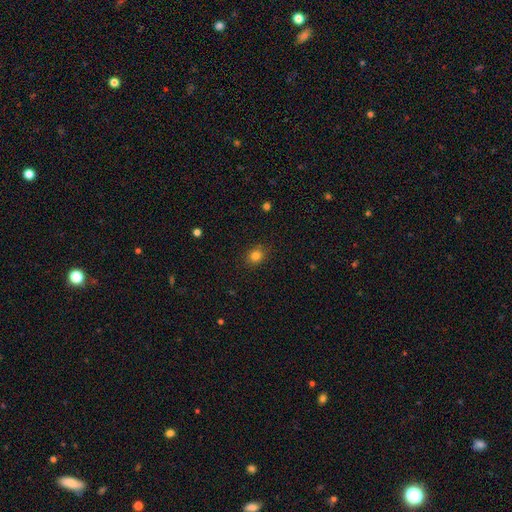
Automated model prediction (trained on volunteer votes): smooth_or_featured: smooth (p=0.82) [alt: star or artifact p=0.13]
how_rounded: round (p=0.68) [alt: in between p=0.31]
merging: none (p=0.86) [alt: minor disturbance p=0.10]